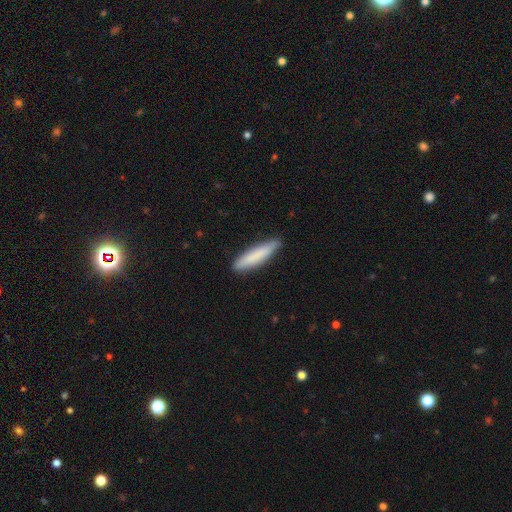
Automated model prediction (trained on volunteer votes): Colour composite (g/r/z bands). It shows a smooth galaxy with no disk features (81%) that is cigar-shaped (85%). Merging: none (84%).